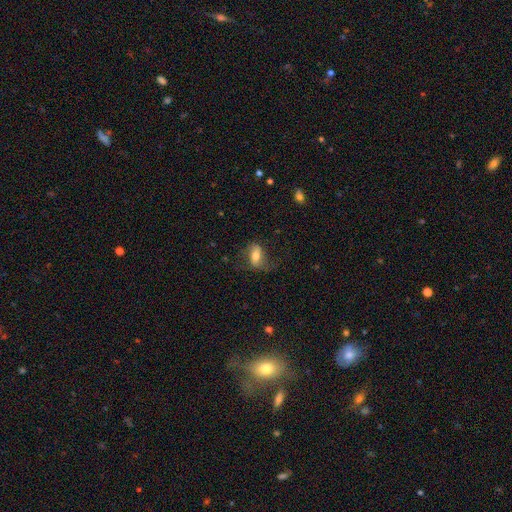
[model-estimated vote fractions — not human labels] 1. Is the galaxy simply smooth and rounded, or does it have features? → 51% smooth, 40% featured or disk, 9% star or artifact.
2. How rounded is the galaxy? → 82% in between, 11% round, 7% cigar-shaped.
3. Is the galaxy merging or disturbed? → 59% none, 23% minor disturbance, 17% major disturbance, 2% merger.